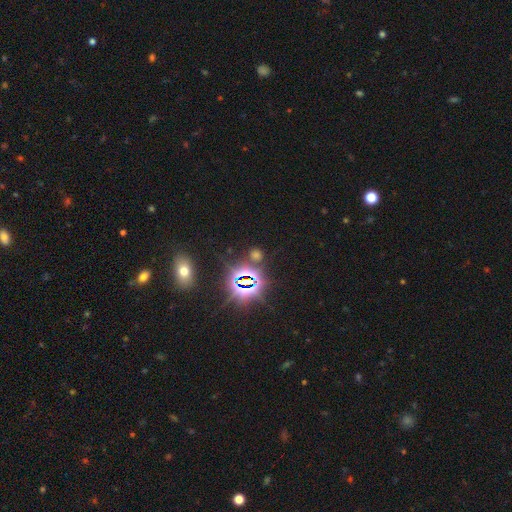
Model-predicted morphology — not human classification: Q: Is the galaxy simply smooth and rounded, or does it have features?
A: star or artifact — 69%.